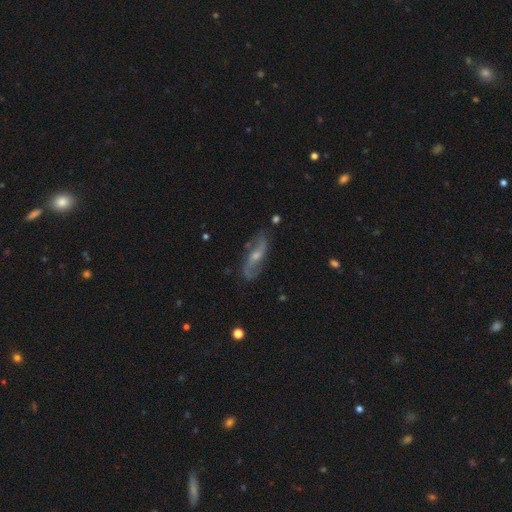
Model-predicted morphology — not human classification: smooth_or_featured: featured or disk (p=0.81) [alt: smooth p=0.12]
disk_edge_on: no (p=0.86) [alt: yes p=0.14]
bar: weak (p=0.42) [alt: no p=0.38]
has_spiral_arms: yes (p=0.93) [alt: no p=0.07]
spiral_winding: loose (p=0.57) [alt: medium p=0.32]
spiral_arm_count: 2 (p=0.90) [alt: can't tell p=0.05]
bulge_size: moderate (p=0.47) [alt: small p=0.46]
merging: none (p=0.80) [alt: minor disturbance p=0.14]